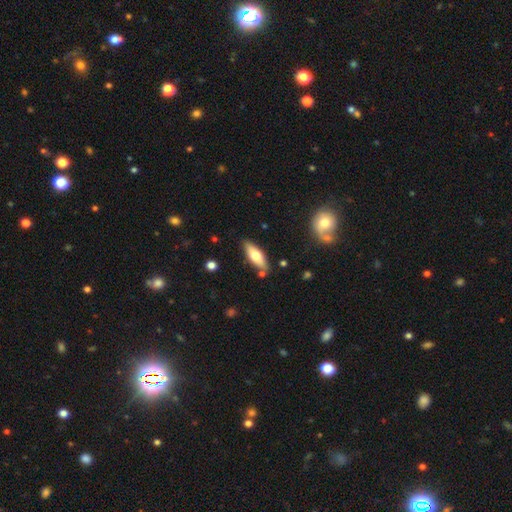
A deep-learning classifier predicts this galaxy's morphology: smooth_or_featured: smooth (p=0.63) [alt: featured or disk p=0.32]
how_rounded: in between (p=0.58) [alt: cigar-shaped p=0.40]
merging: none (p=0.81) [alt: minor disturbance p=0.12]